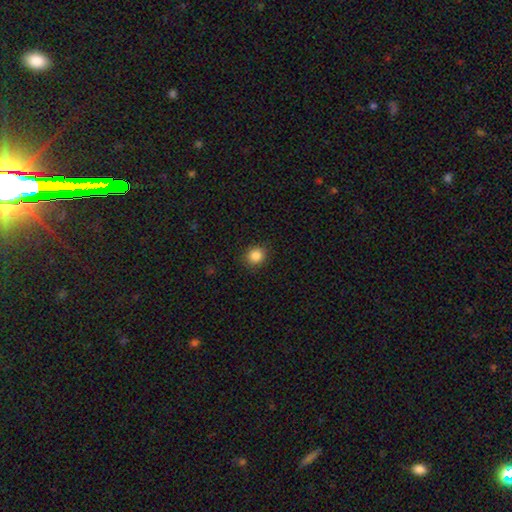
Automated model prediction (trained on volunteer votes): Q: Smooth or featured?
A: smooth (86%); runner-up: star or artifact (10%)
Q: How rounded?
A: round (81%); runner-up: in between (18%)
Q: Merging?
A: none (90%); runner-up: minor disturbance (7%)